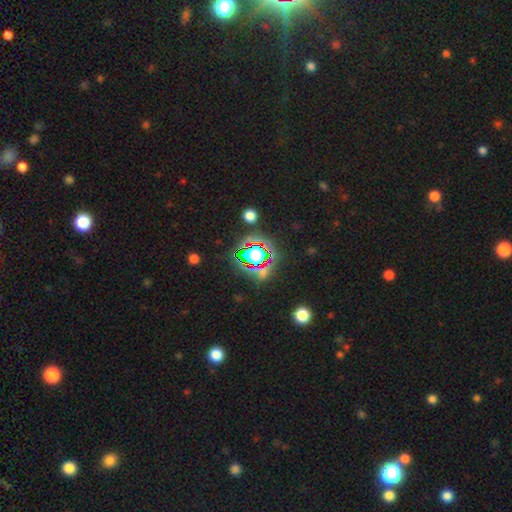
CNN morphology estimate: This appears to be a star or artifact, not a galaxy (66%).